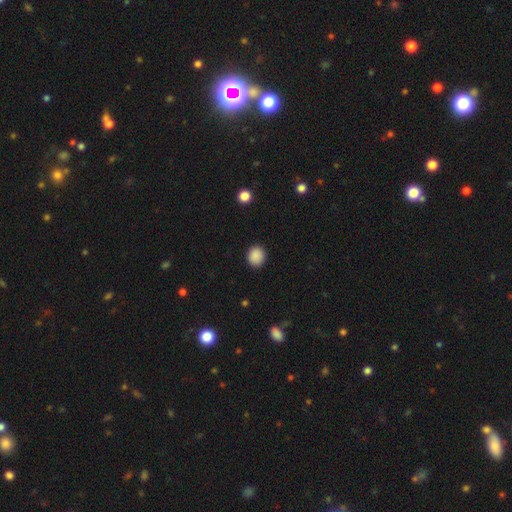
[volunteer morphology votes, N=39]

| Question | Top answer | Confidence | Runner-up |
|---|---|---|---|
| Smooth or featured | smooth | 95% | star or artifact (5%) |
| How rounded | round | 73% | in between (24%) |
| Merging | none | 89% | minor disturbance (5%) |